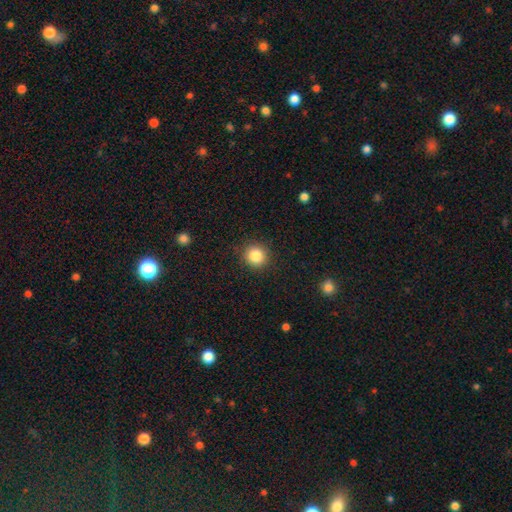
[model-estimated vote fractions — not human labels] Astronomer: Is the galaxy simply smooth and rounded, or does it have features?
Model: smooth — 85%.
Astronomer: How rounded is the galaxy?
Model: round — 92%.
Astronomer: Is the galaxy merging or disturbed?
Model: none — 90%.